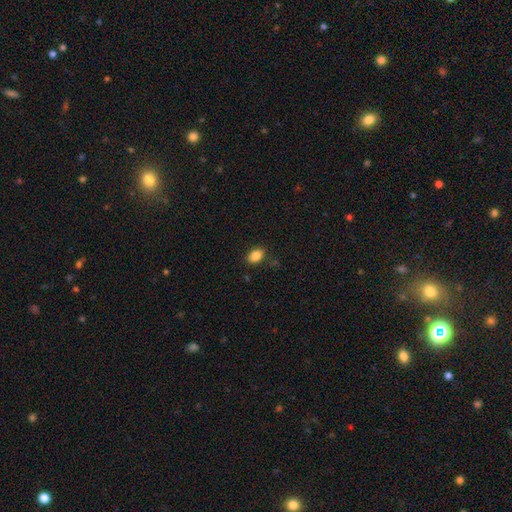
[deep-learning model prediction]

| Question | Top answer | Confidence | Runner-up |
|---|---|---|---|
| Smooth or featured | smooth | 86% | star or artifact (9%) |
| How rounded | in between | 86% | round (13%) |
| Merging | none | 83% | minor disturbance (12%) |